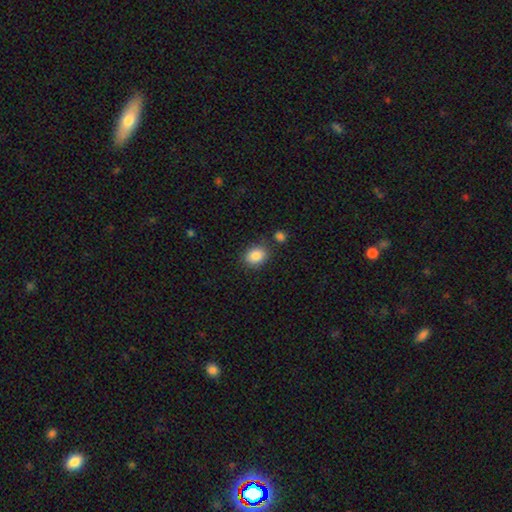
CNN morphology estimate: The model was most divided on "how rounded": in between: 56%, round: 43%, cigar-shaped: 1%. More confident: smooth or featured — smooth (86%); merging — none (78%).